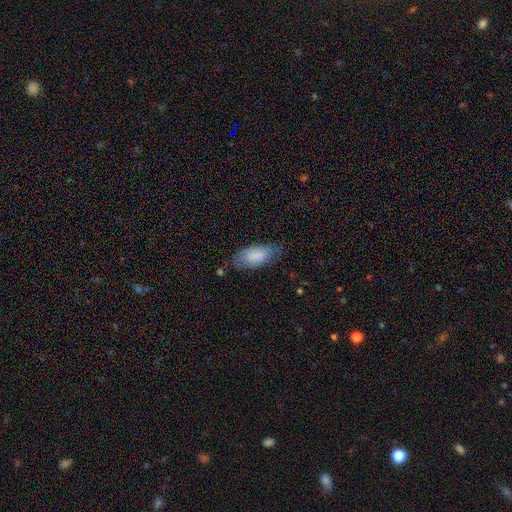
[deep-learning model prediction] smooth 78%, featured or disk 15%, star or artifact 6%. Down the decision tree: how rounded — in between (89%); merging — none (66%).